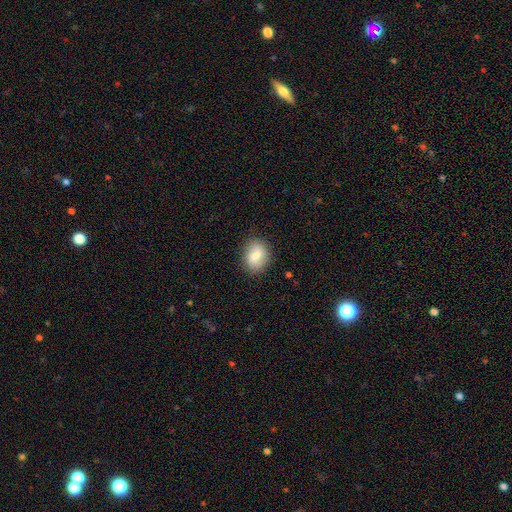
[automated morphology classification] A smooth galaxy with no disk features (76%) that is in between round and cigar-shaped (61%). Merging: none (82%).